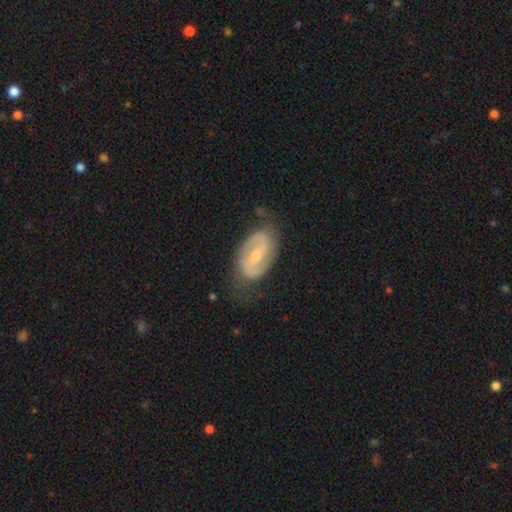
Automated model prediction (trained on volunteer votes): A featured or disk galaxy (82%) with a weak bar (46%), 2 (87%) medium (47%) spiral arms (89%) and a moderate central bulge (51%).

Vote fractions:
- Smooth or featured? featured or disk: 82% / smooth: 13% / star or artifact: 5%
- Edge-on disk? no: 96% / yes: 4%
- Bar? weak: 46% / strong: 34% / no: 21%
- Spiral arms? yes: 89% / no: 11%
- Spiral winding? medium: 47% / tight: 28% / loose: 25%
- Spiral arm count? 2: 87% / can't tell: 7% / 1: 3% / 3: 1% / 4: 1% / more than 4: 1%
- Bulge size? moderate: 51% / small: 45% / large: 2% / none: 1% / dominant: 1%
- Merging? none: 70% / minor disturbance: 21% / major disturbance: 7% / merger: 2%